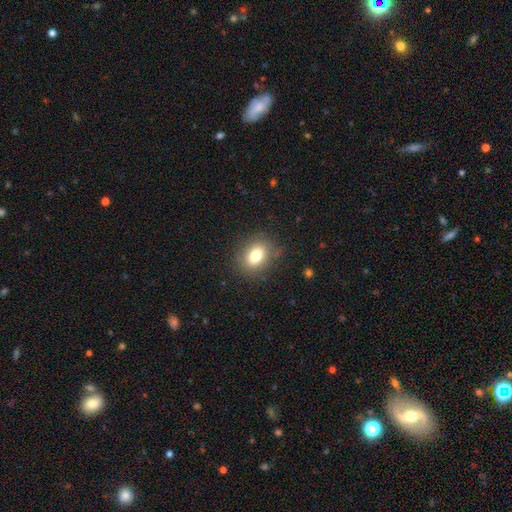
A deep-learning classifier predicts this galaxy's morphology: Overall: smooth (79%). How rounded: in between (65%; round 33%). Merging: none (83%).